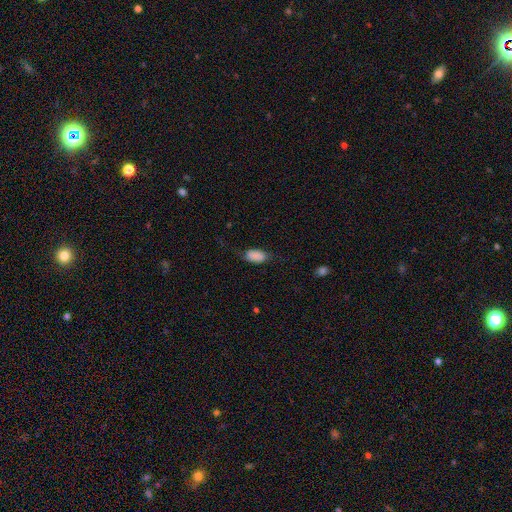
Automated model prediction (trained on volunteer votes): This is clearly a smooth galaxy (86%). How rounded: clearly in between (92%). Merging: likely none (65%).